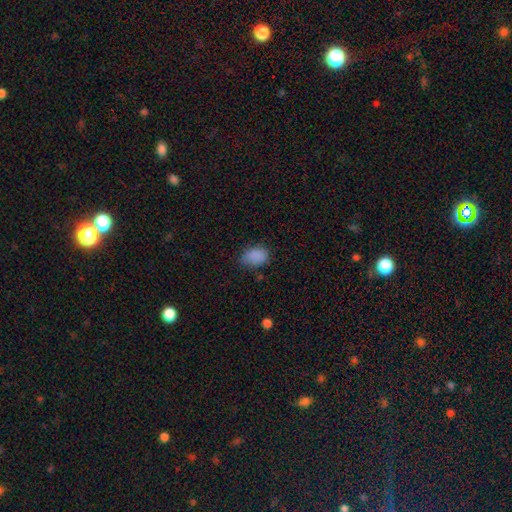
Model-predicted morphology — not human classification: smooth 86%, star or artifact 9%, featured or disk 4%. Down the decision tree: how rounded — in between (77%); merging — none (69%).